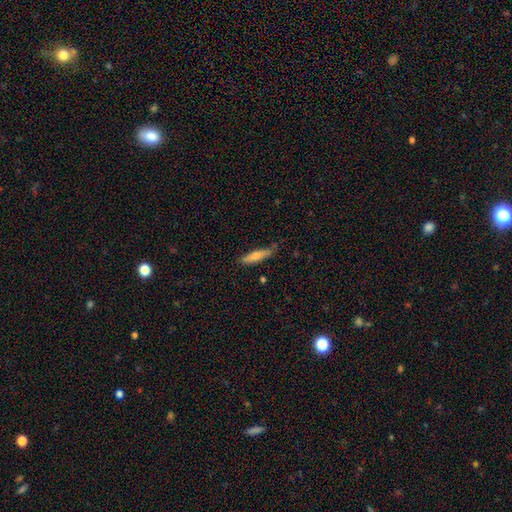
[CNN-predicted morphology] type=smooth (67%); roundness=cigar-shaped (81%); merging=none (79%).